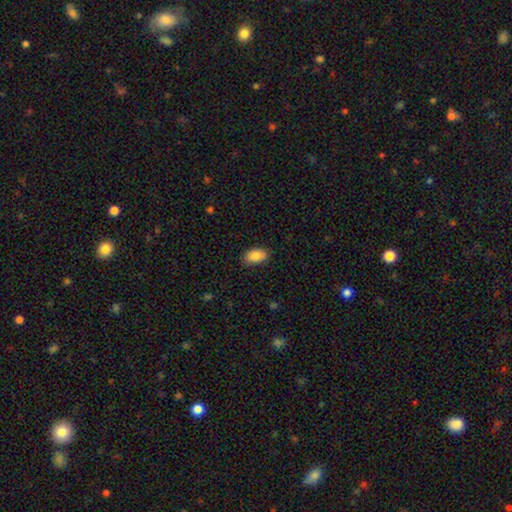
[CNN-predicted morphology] smooth 87%, star or artifact 7%, featured or disk 6%. Down the decision tree: how rounded — in between (93%); merging — none (85%).